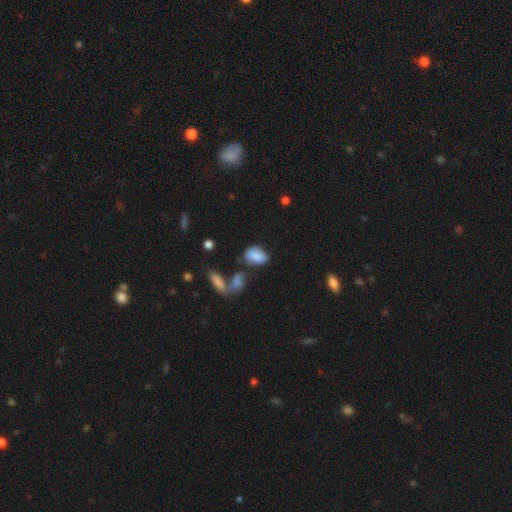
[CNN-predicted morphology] This is likely a smooth galaxy (79%). How rounded: clearly in between (85%). Merging: marginally none (43%).